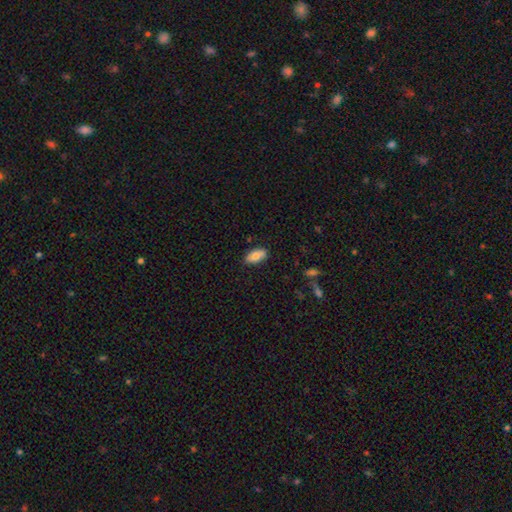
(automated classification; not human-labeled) A smooth galaxy with no disk features (80%) that is in between round and cigar-shaped (92%).

Vote fractions:
- Smooth or featured? smooth: 80% / featured or disk: 13% / star or artifact: 7%
- How rounded? in between: 92% / cigar-shaped: 5% / round: 3%
- Merging? none: 85% / minor disturbance: 12% / major disturbance: 2% / merger: 1%